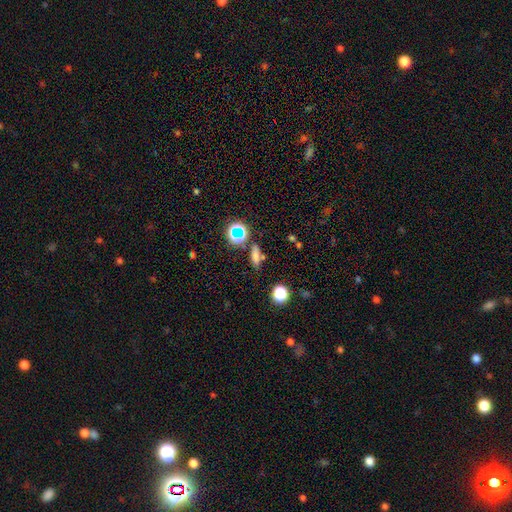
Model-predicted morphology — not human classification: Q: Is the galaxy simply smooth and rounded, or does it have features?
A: smooth — 66%.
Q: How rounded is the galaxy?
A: cigar-shaped — 45%.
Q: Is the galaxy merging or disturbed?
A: none — 72%.